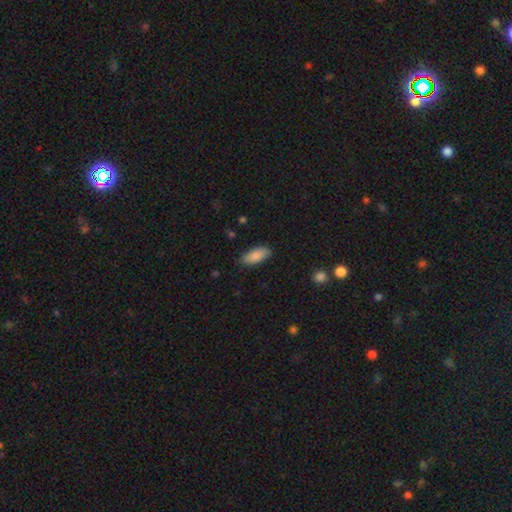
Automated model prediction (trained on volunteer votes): smooth-or-featured: smooth: 87% | featured or disk: 7% | star or artifact: 6%
  how-rounded: in between: 89% | cigar-shaped: 9% | round: 2%
  merging: none: 84% | minor disturbance: 13% | major disturbance: 3% | merger: 1%